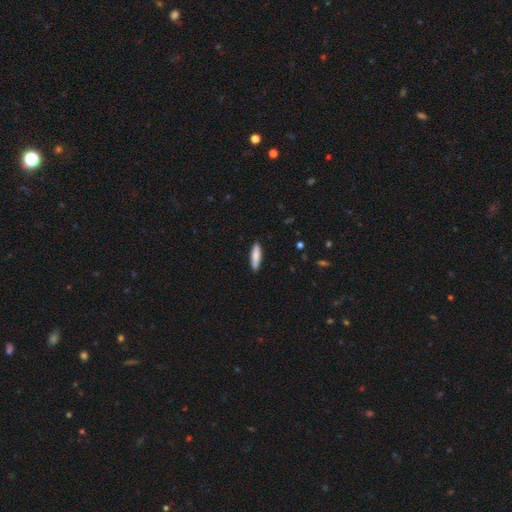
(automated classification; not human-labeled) Morphology: type=smooth (84%); roundness=cigar-shaped (66%); merging=none (89%).